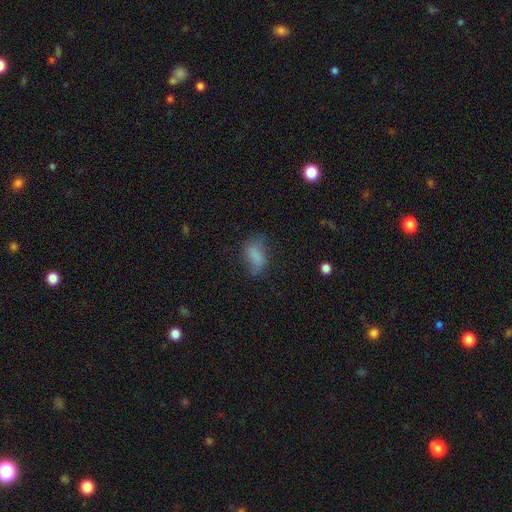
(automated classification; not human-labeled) Q: Smooth or featured?
A: smooth (75%); runner-up: featured or disk (14%)
Q: How rounded?
A: in between (88%); runner-up: round (8%)
Q: Merging?
A: none (54%); runner-up: minor disturbance (28%)